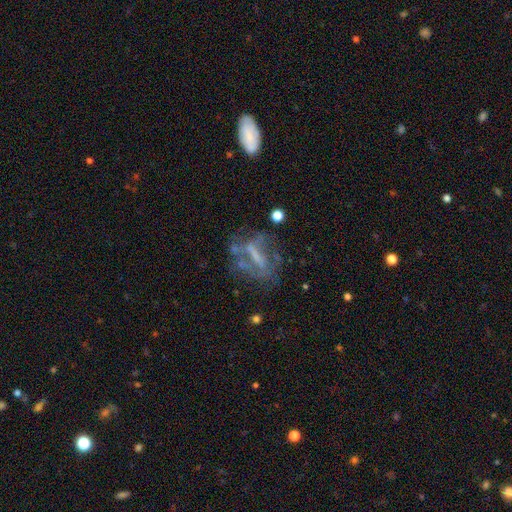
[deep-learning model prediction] Smooth or featured?
  - featured or disk: 64% *
  - smooth: 21%
  - star or artifact: 15%
Edge-on disk?
  - no: 87% *
  - yes: 13%
Bar?
  - strong: 41% *
  - no: 32%
  - weak: 27%
Spiral arms?
  - no: 68% *
  - yes: 32%
Bulge size?
  - none: 55% *
  - small: 22%
  - moderate: 18%
  - large: 4%
  - dominant: 1%
Merging?
  - none: 47% *
  - major disturbance: 27%
  - minor disturbance: 19%
  - merger: 8%